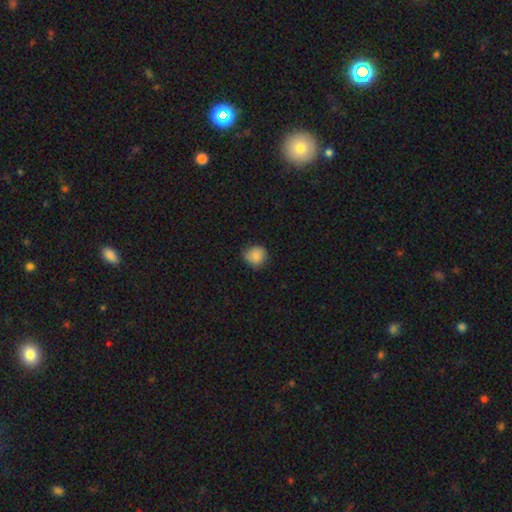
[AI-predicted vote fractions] Smooth or featured? Predicted: smooth (p=0.85). How rounded? Predicted: round (p=0.85). Merging? Predicted: none (p=0.71).